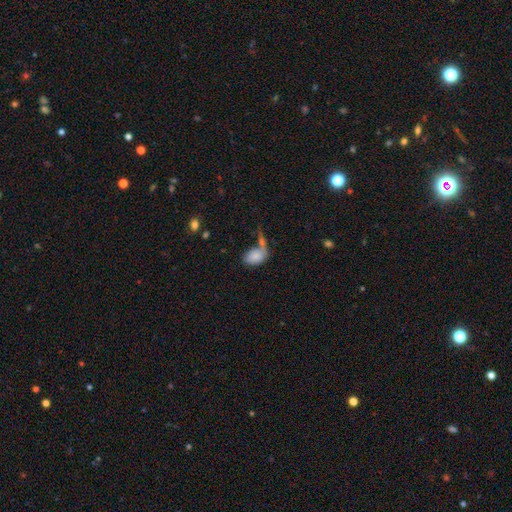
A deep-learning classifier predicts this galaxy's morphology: A smooth galaxy with no disk features (79%) that is in between round and cigar-shaped (86%). Merging: none (33%).